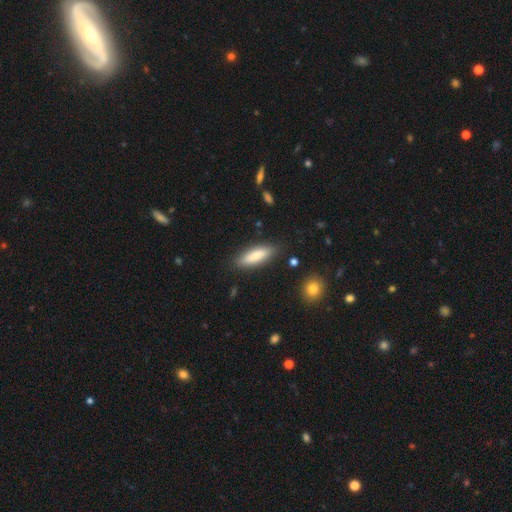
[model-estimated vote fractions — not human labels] Smooth or featured: smooth — 83% (featured or disk — 12%)
How rounded: cigar-shaped — 51% (in between — 48%)
Merging: none — 85% (minor disturbance — 11%)